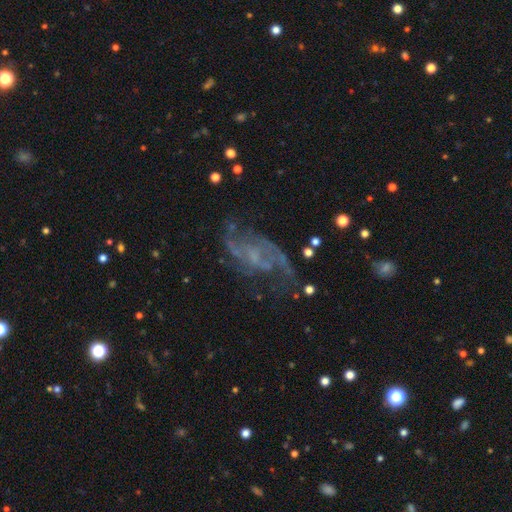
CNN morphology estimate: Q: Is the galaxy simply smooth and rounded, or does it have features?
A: featured or disk — 79%.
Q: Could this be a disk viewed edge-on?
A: no — 96%.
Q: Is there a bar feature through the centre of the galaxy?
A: no — 51%.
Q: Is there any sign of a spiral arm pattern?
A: yes — 85%.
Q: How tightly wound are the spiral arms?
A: loose — 53%.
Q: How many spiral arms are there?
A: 2 — 73%.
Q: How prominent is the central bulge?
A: none — 45%.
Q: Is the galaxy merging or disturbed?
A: none — 52%.